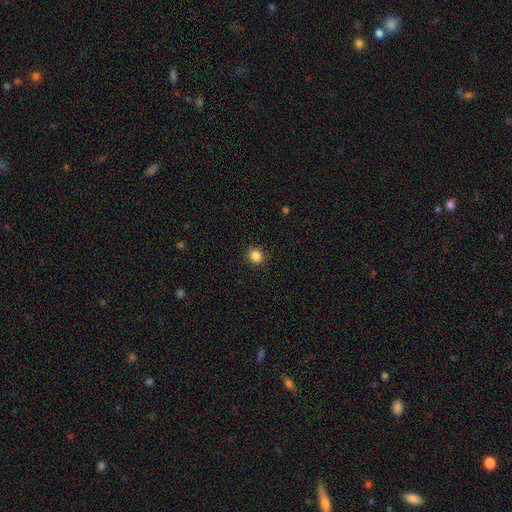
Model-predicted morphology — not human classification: This appears to be a smooth galaxy with no disk features (86%) that is round (83%). Merging: none (91%).